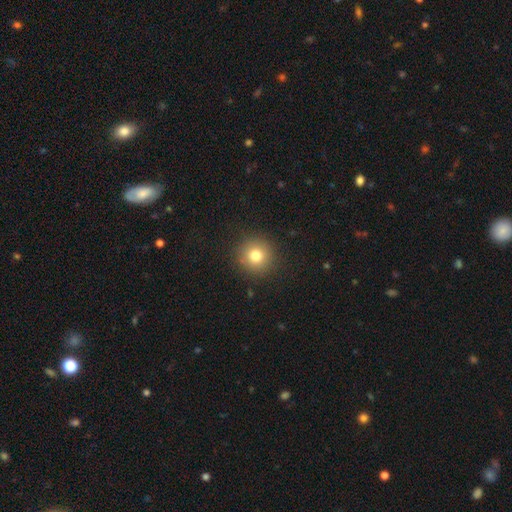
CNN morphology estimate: smooth 79%, star or artifact 12%, featured or disk 9%. Down the decision tree: how rounded — round (94%); merging — none (90%).